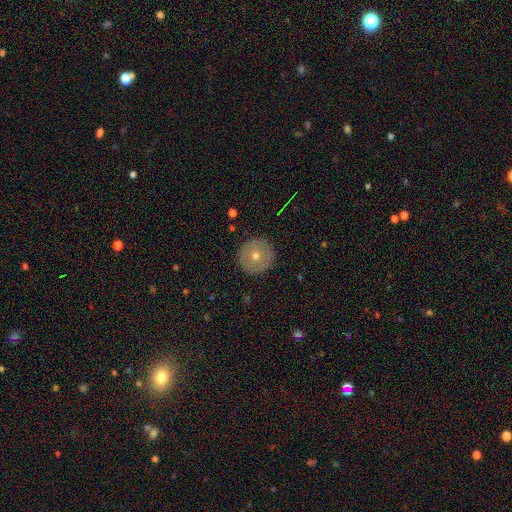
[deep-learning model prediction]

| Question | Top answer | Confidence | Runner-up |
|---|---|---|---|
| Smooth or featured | smooth | 58% | featured or disk (33%) |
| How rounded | round | 96% | in between (3%) |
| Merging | none | 91% | minor disturbance (6%) |